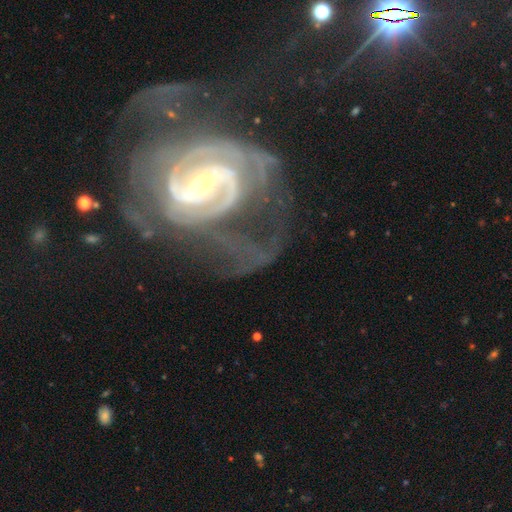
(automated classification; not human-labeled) Smooth or featured: featured or disk — 91% (star or artifact — 6%)
Edge-on disk: no — 98% (yes — 2%)
Bar: weak — 42% (strong — 31%)
Spiral arms: yes — 98% (no — 2%)
Spiral winding: tight — 51% (medium — 39%)
Spiral arm count: 2 — 59% (can't tell — 13%)
Bulge size: small — 68% (moderate — 28%)
Merging: none — 40% (major disturbance — 32%)